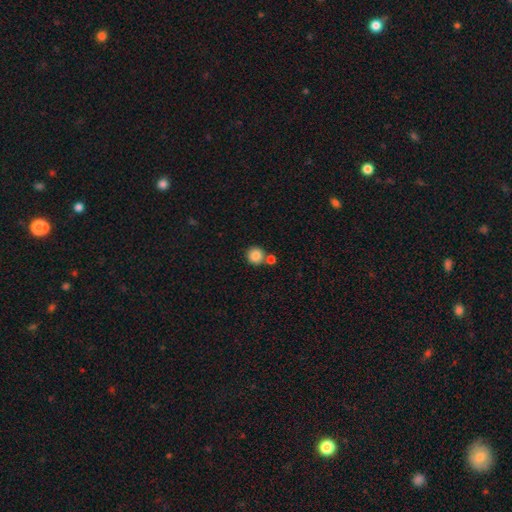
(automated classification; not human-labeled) Smooth or featured?
  - smooth: 86% *
  - star or artifact: 9%
  - featured or disk: 5%
How rounded?
  - round: 93% *
  - in between: 6%
  - cigar-shaped: 1%
Merging?
  - none: 70% *
  - merger: 20%
  - minor disturbance: 8%
  - major disturbance: 3%